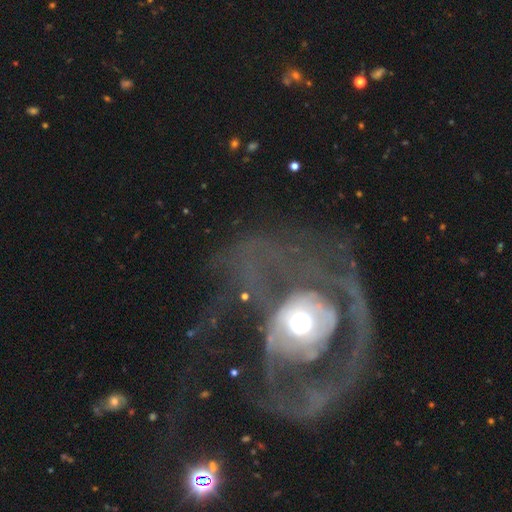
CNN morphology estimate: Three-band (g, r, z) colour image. It shows a featured or disk galaxy (78%) with no bar (75%), spiral arms (60%) and a moderate central bulge (61%). Merging: major disturbance (44%).